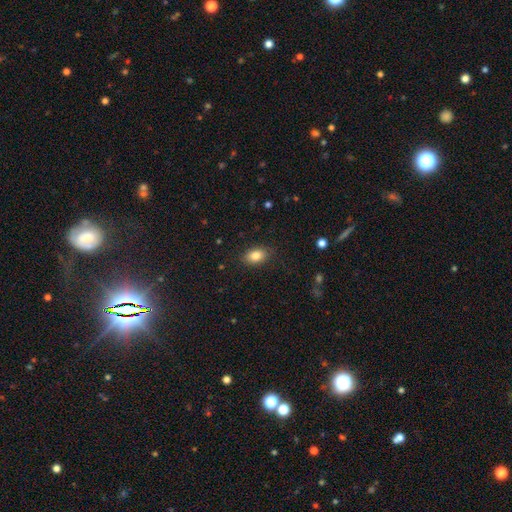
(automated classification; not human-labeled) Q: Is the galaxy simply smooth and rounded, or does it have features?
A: smooth — 83%.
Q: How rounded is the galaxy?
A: in between — 85%.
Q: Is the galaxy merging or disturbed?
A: none — 85%.